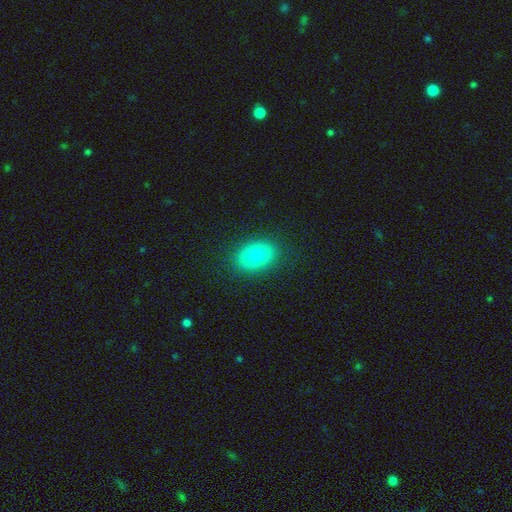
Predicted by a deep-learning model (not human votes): This appears to be a smooth galaxy with no disk features (78%) that is in between round and cigar-shaped (77%). Merging: none (85%).